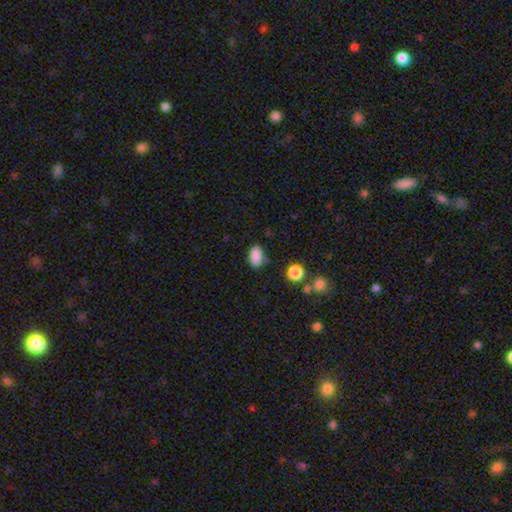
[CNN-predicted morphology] Smooth or featured?
  - smooth: 86% *
  - star or artifact: 10%
  - featured or disk: 4%
How rounded?
  - in between: 90% *
  - round: 8%
  - cigar-shaped: 2%
Merging?
  - none: 76% *
  - minor disturbance: 17%
  - major disturbance: 4%
  - merger: 3%